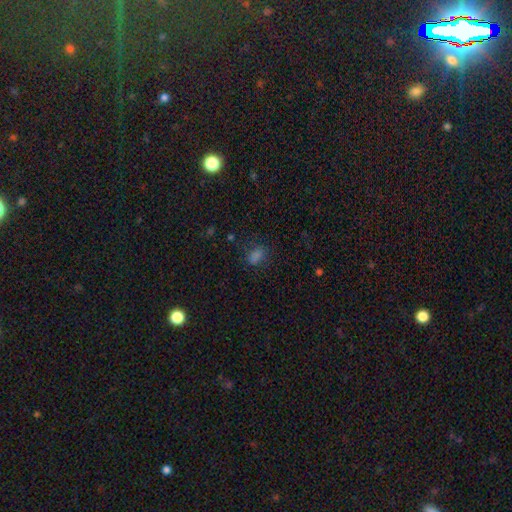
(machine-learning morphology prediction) This appears to be a smooth galaxy with no disk features (69%) that is in between round and cigar-shaped (72%). Merging: none (72%).